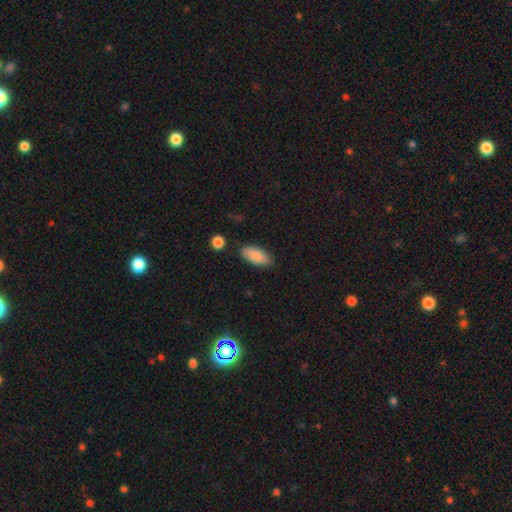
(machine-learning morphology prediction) smooth-or-featured: smooth: 87% | featured or disk: 7% | star or artifact: 6%
  how-rounded: in between: 89% | cigar-shaped: 9% | round: 2%
  merging: none: 83% | minor disturbance: 12% | major disturbance: 3% | merger: 2%